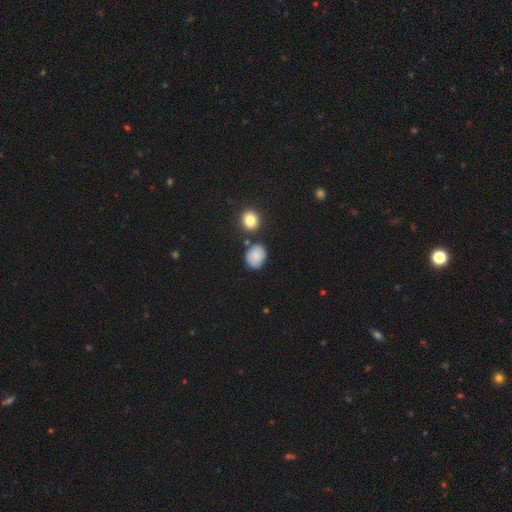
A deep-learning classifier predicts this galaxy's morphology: A smooth galaxy with no disk features (80%) that is in between round and cigar-shaped (53%).

Vote fractions:
- Smooth or featured? smooth: 80% / featured or disk: 10% / star or artifact: 10%
- How rounded? in between: 53% / round: 46% / cigar-shaped: 1%
- Merging? none: 72% / minor disturbance: 17% / merger: 6% / major disturbance: 4%